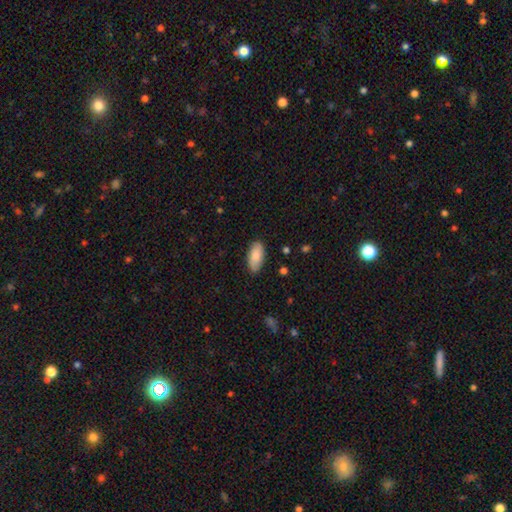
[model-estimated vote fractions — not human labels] The model was most divided on "smooth or featured": smooth: 82%, featured or disk: 12%, star or artifact: 6%. More confident: how rounded — in between (91%); merging — none (84%).